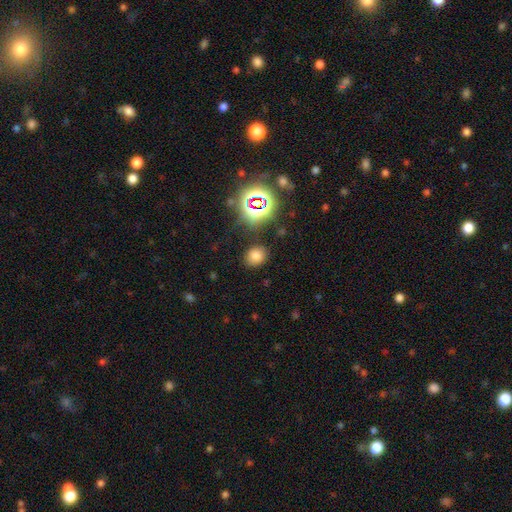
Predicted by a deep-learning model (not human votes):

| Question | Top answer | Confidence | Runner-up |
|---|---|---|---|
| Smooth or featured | smooth | 72% | star or artifact (22%) |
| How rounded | round | 65% | in between (34%) |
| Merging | none | 82% | minor disturbance (11%) |